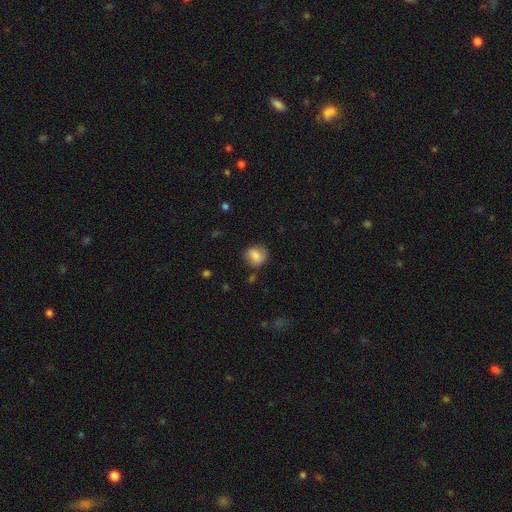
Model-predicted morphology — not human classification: Smooth or featured?
  - smooth: 79% *
  - featured or disk: 13%
  - star or artifact: 9%
How rounded?
  - round: 74% *
  - in between: 25%
  - cigar-shaped: 1%
Merging?
  - none: 70% *
  - minor disturbance: 21%
  - major disturbance: 6%
  - merger: 3%